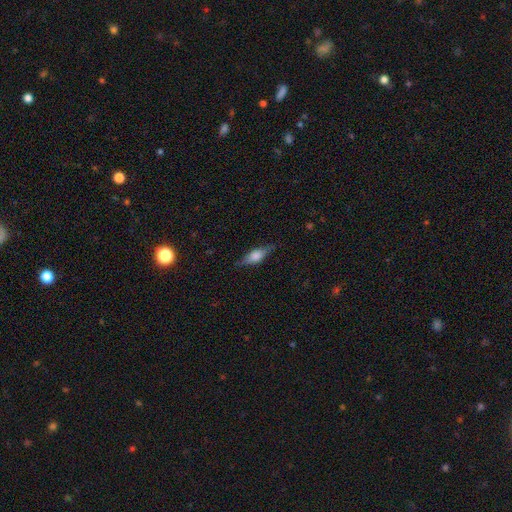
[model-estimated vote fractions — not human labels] Smooth or featured?
  - smooth: 47% *
  - featured or disk: 46%
  - star or artifact: 8%
Merging?
  - none: 81% *
  - minor disturbance: 14%
  - major disturbance: 3%
  - merger: 1%